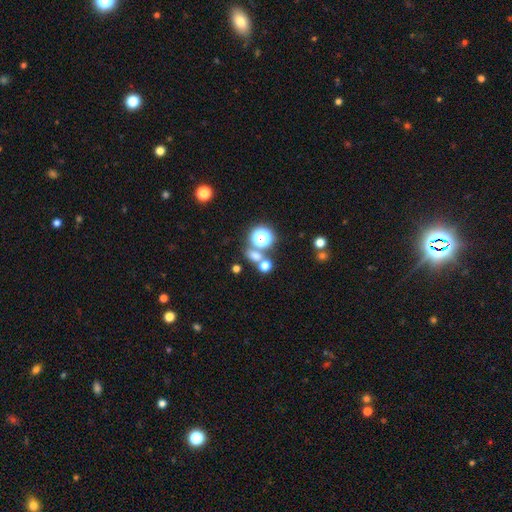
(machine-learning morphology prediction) Q: Smooth or featured?
A: smooth (61%); runner-up: star or artifact (30%)
Q: How rounded?
A: round (68%); runner-up: in between (30%)
Q: Merging?
A: none (61%); runner-up: merger (26%)